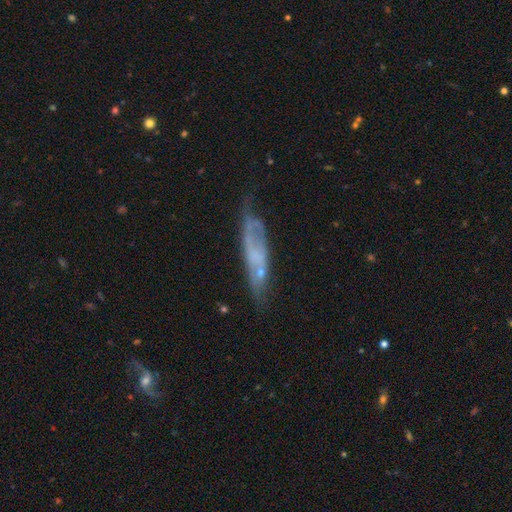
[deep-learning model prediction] A featured or disk galaxy (54%).

Vote fractions:
- Smooth or featured? featured or disk: 54% / smooth: 36% / star or artifact: 10%
- Edge-on disk? no: 63% / yes: 37%
- Merging? none: 46% / minor disturbance: 28% / major disturbance: 20% / merger: 7%